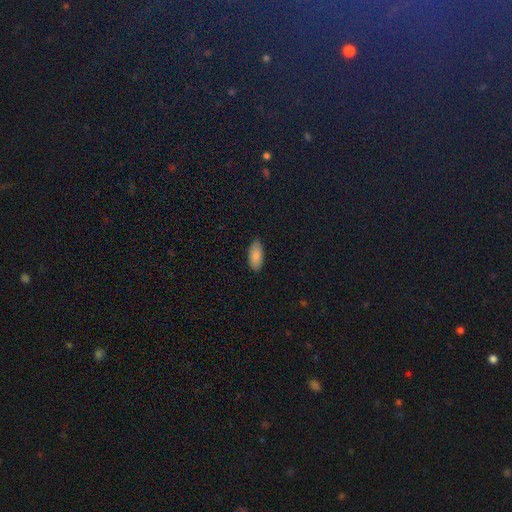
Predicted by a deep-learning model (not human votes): Morphology: type=smooth (86%); roundness=in between (91%); merging=none (86%).